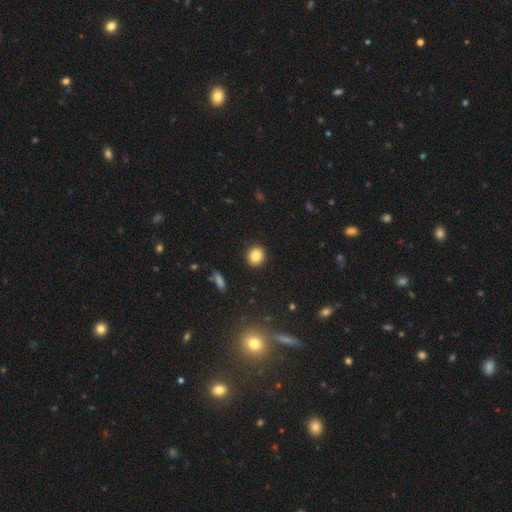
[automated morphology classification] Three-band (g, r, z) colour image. It shows a smooth galaxy with no disk features (85%) that is round (83%). Merging: none (91%).